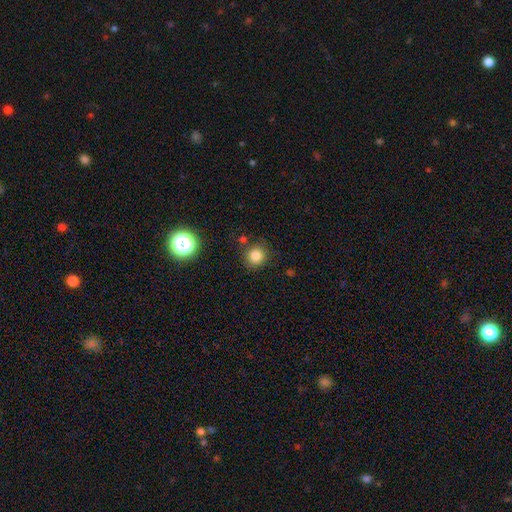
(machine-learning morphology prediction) The model was most divided on "smooth or featured": smooth: 83%, star or artifact: 12%, featured or disk: 5%. More confident: how rounded — round (91%); merging — none (82%).